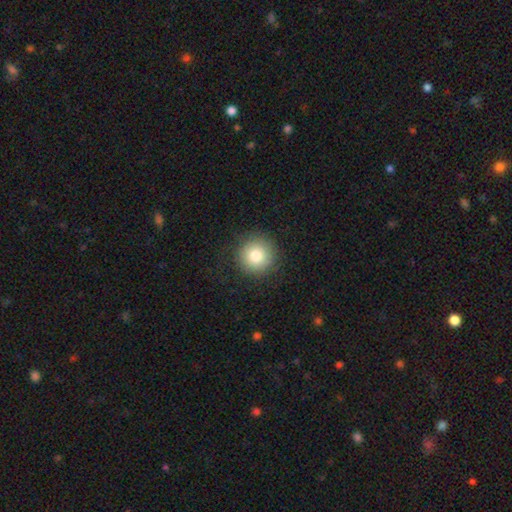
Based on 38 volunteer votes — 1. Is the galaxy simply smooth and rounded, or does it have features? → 92% smooth, 5% star or artifact, 3% featured or disk.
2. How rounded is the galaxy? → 97% round, 3% in between, 0% cigar-shaped.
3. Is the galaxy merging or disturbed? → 89% none, 6% minor disturbance, 6% major disturbance, 0% merger.